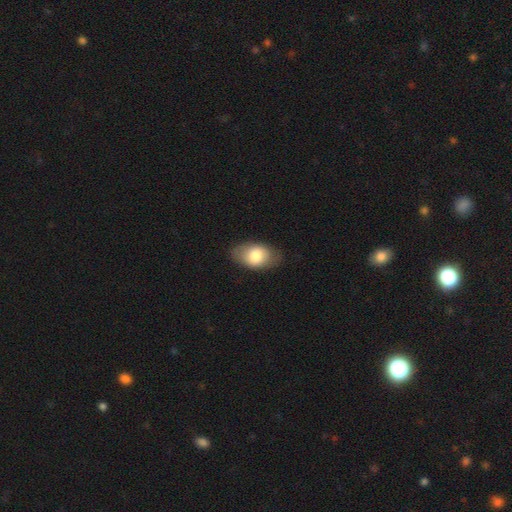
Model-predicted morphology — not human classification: A smooth galaxy with no disk features (78%) that is in between round and cigar-shaped (90%).

Vote fractions:
- Smooth or featured? smooth: 78% / featured or disk: 15% / star or artifact: 6%
- How rounded? in between: 90% / round: 9% / cigar-shaped: 1%
- Merging? none: 80% / minor disturbance: 15% / major disturbance: 4% / merger: 1%